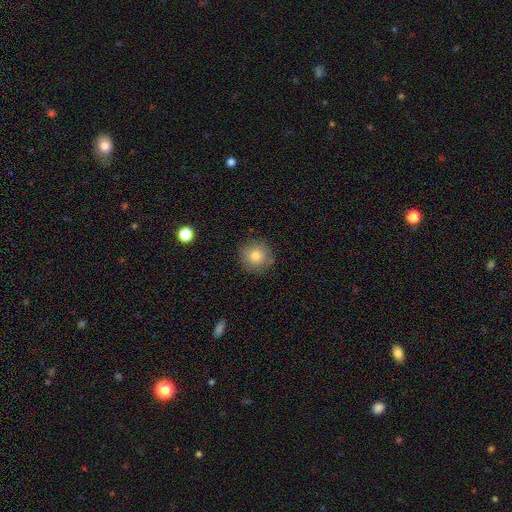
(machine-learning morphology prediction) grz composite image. It shows a smooth galaxy with no disk features (80%) that is round (93%). Merging: none (86%).